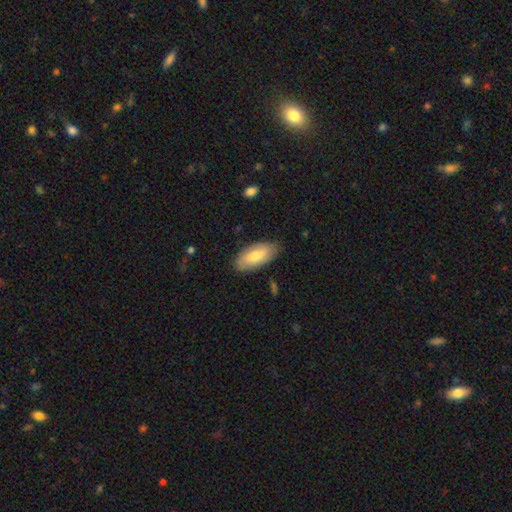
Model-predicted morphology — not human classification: A smooth galaxy with no disk features (68%) that is in between round and cigar-shaped (91%).

Vote fractions:
- Smooth or featured? smooth: 68% / featured or disk: 27% / star or artifact: 5%
- How rounded? in between: 91% / cigar-shaped: 7% / round: 2%
- Merging? none: 83% / minor disturbance: 13% / major disturbance: 3% / merger: 1%